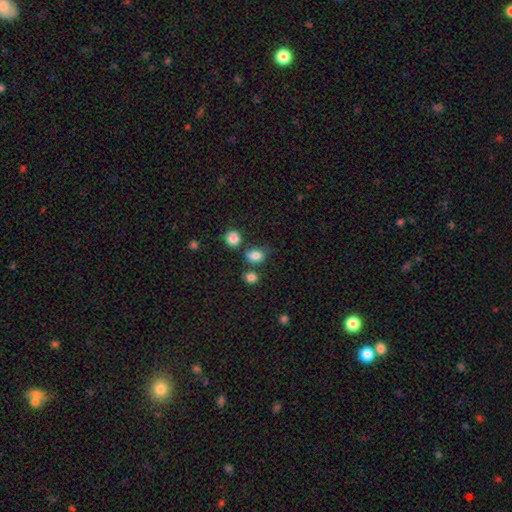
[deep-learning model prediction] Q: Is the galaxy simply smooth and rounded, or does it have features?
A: smooth — 84%.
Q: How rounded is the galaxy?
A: in between — 59%.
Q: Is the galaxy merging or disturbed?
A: none — 66%.